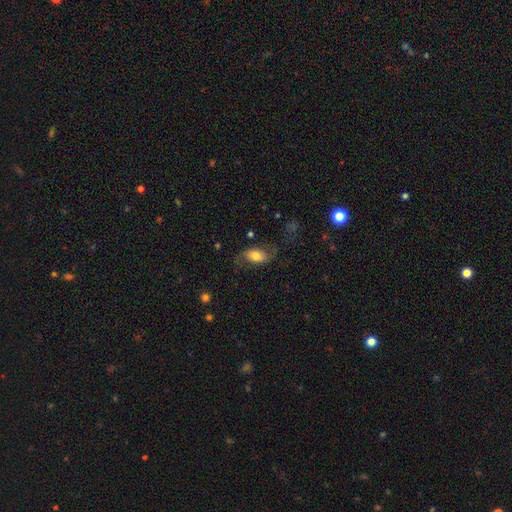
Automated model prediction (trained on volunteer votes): Q: Smooth or featured?
A: featured or disk (49%); runner-up: smooth (43%)
Q: Merging?
A: none (60%); runner-up: minor disturbance (19%)